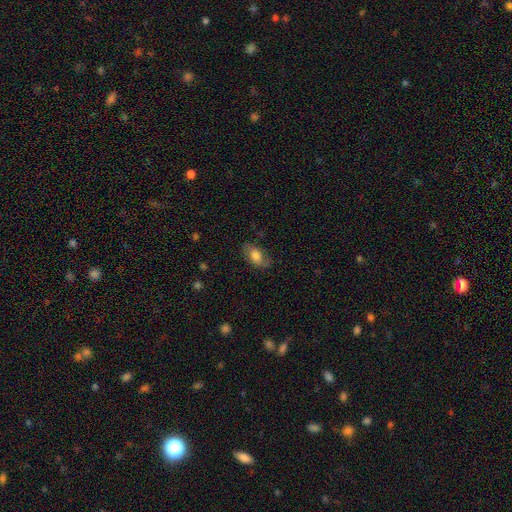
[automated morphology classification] Smooth or featured: smooth — 69% (featured or disk — 23%)
How rounded: in between — 90% (round — 7%)
Merging: none — 74% (minor disturbance — 18%)